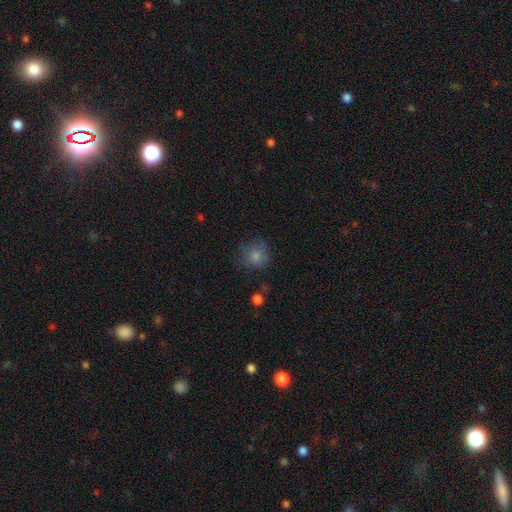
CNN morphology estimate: This appears to be a smooth galaxy with no disk features (81%) that is round (87%). Merging: none (72%).